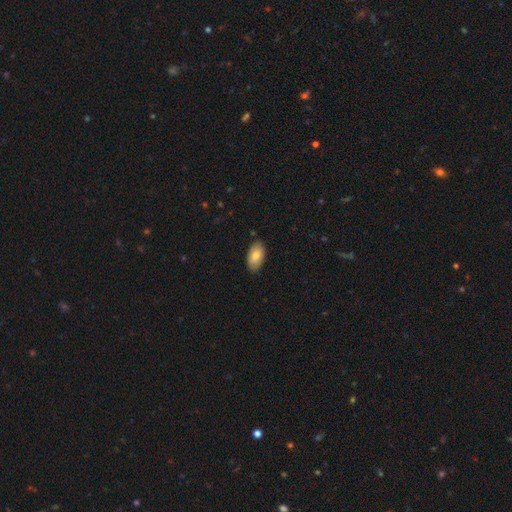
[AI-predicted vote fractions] Smooth or featured? Predicted: smooth (p=0.80). How rounded? Predicted: in between (p=0.95). Merging? Predicted: none (p=0.84).